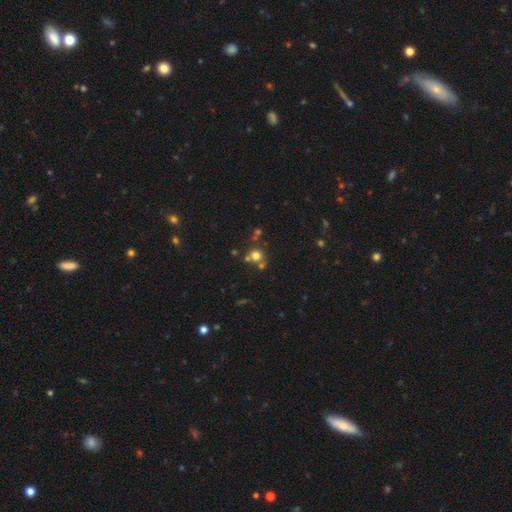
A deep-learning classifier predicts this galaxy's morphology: Q: Smooth or featured?
A: smooth (68%); runner-up: star or artifact (20%)
Q: How rounded?
A: round (88%); runner-up: in between (11%)
Q: Merging?
A: none (61%); runner-up: merger (26%)